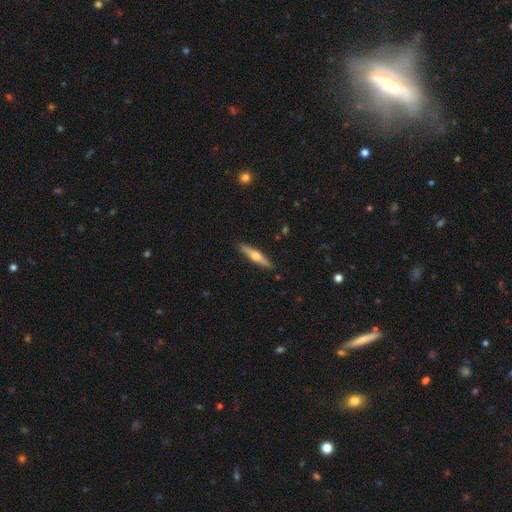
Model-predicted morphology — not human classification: Smooth or featured? featured or disk (54%)
Edge-on disk? yes (95%)
Edge-on bulge? rounded (92%)
Merging? none (90%)